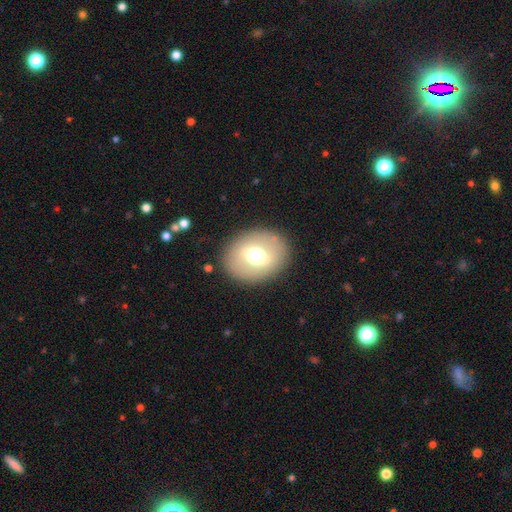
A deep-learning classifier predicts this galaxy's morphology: Smooth or featured? smooth (58%)
How rounded? round (53%)
Merging? none (85%)